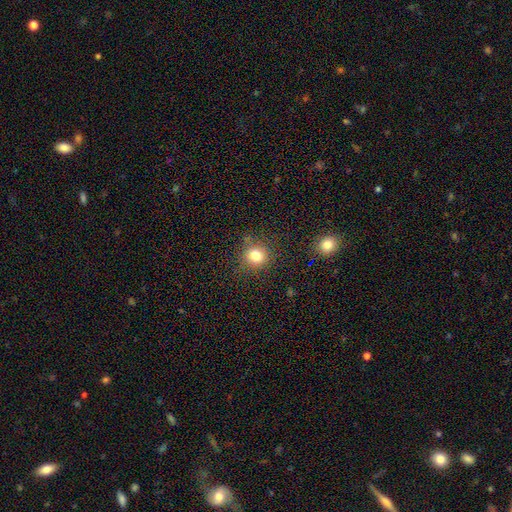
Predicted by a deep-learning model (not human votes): A smooth galaxy with no disk features (81%) that is round (88%). Merging: none (82%).